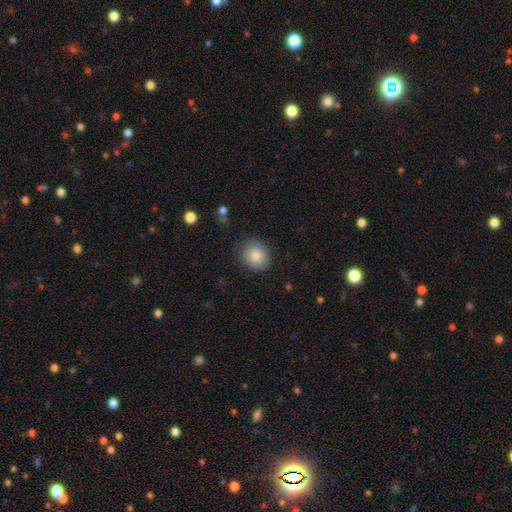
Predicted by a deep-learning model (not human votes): smooth-or-featured: smooth: 84% | featured or disk: 8% | star or artifact: 8%
  how-rounded: round: 71% | in between: 28% | cigar-shaped: 1%
  merging: none: 82% | minor disturbance: 14% | major disturbance: 3% | merger: 1%